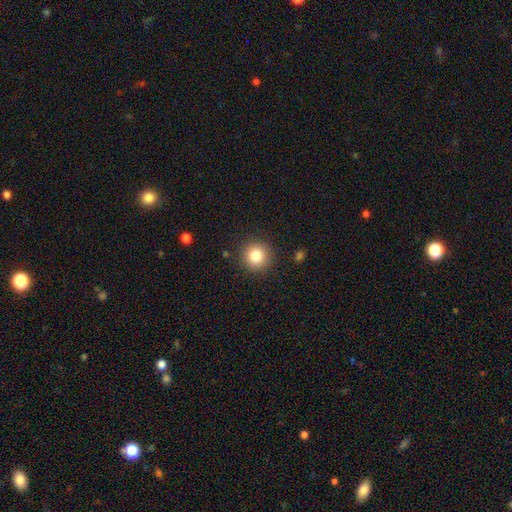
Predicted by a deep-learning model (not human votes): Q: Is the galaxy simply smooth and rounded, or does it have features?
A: smooth — 83%.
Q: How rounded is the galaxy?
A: round — 94%.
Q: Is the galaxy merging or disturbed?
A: none — 89%.